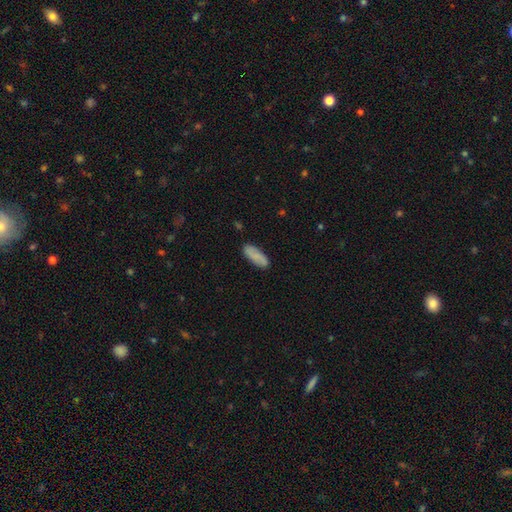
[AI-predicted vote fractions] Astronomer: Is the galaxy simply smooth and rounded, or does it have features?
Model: smooth — 81%.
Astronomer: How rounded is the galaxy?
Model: in between — 70%.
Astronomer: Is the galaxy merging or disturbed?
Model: none — 84%.